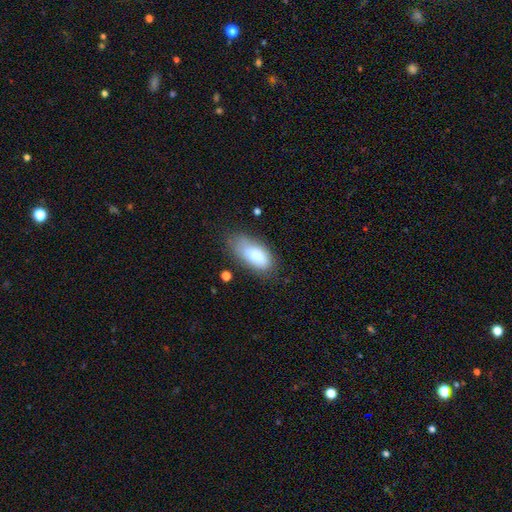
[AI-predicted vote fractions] smooth 81%, featured or disk 12%, star or artifact 7%. Down the decision tree: how rounded — in between (89%); merging — none (59%).